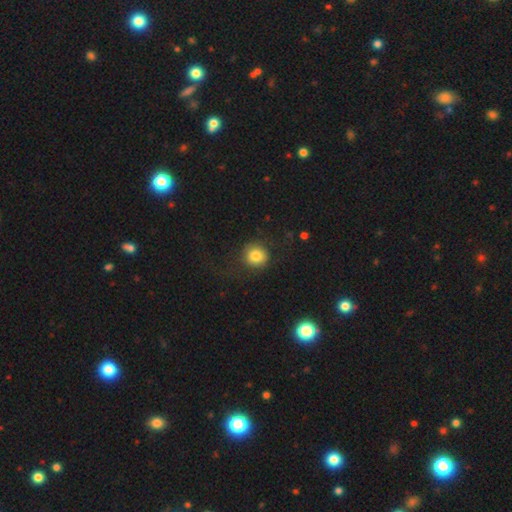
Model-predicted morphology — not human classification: Smooth or featured: smooth — 81% (star or artifact — 10%)
How rounded: round — 89% (in between — 10%)
Merging: none — 77% (minor disturbance — 12%)